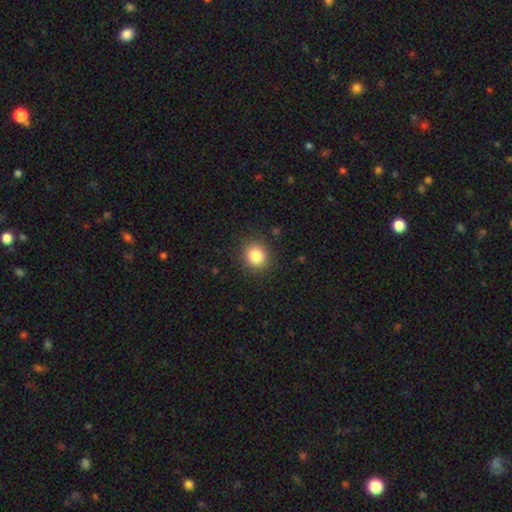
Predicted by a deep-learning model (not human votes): A smooth galaxy with no disk features (84%) that is round (84%). Merging: none (89%).